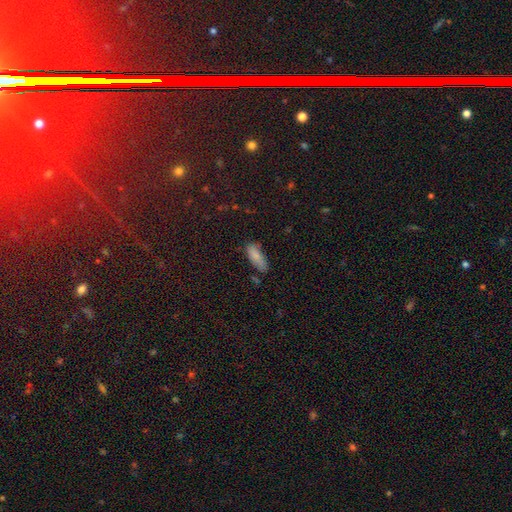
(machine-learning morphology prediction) This is clearly a smooth galaxy (84%). How rounded: likely in between (67%). Merging: likely none (65%).